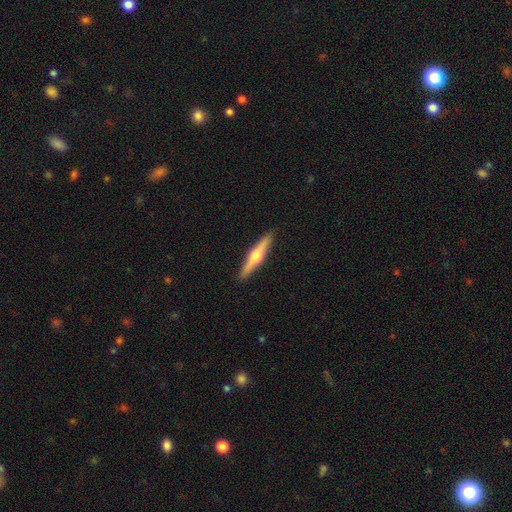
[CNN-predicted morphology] This appears to be a featured or disk galaxy (66%) viewed edge-on (97%) with a rounded central bulge (95%). Merging: none (92%).